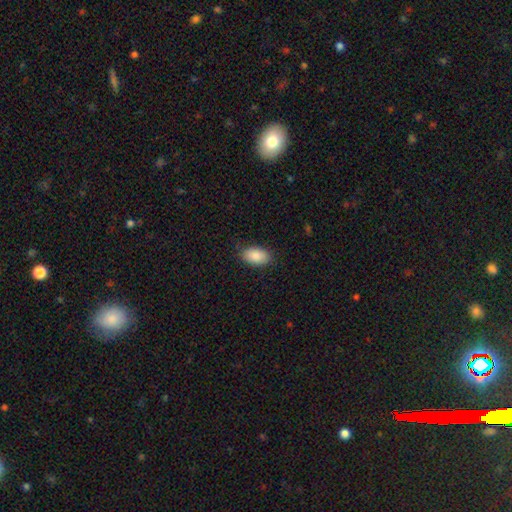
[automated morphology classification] Smooth or featured: smooth — 88% (star or artifact — 6%)
How rounded: in between — 94% (round — 5%)
Merging: none — 86% (minor disturbance — 11%)